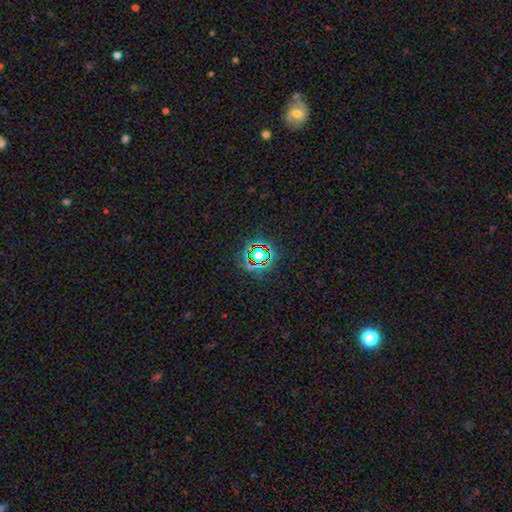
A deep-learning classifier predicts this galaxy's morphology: Smooth or featured? star or artifact (69%)